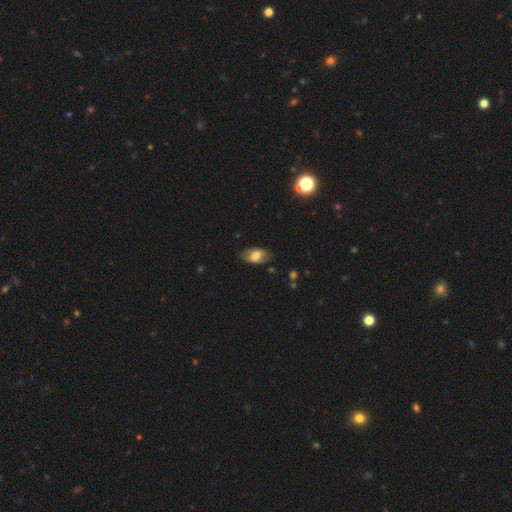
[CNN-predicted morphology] smooth-or-featured: smooth: 68% | featured or disk: 24% | star or artifact: 8%
  how-rounded: in between: 91% | round: 6% | cigar-shaped: 3%
  merging: none: 77% | minor disturbance: 17% | major disturbance: 5% | merger: 1%